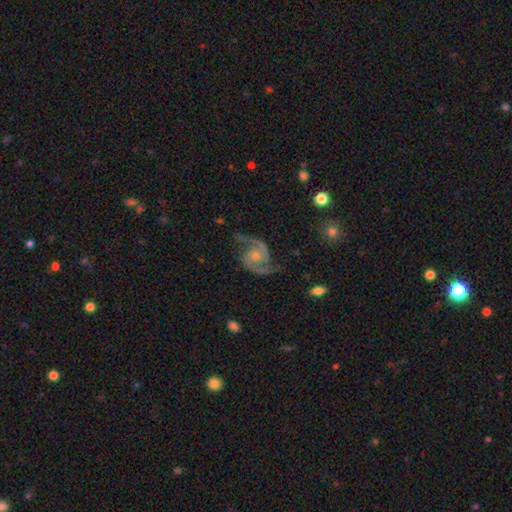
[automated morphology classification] Overall: featured or disk (92%). Edge-on disk: no (98%). Bar: no (69%). Spiral arms: yes (98%). Spiral arm count: 2 (94%). Spiral winding: medium (61%). Bulge size: small (55%; moderate 40%). Merging: none (77%).